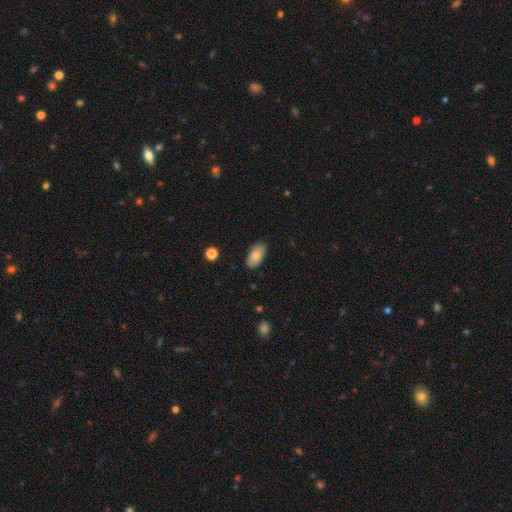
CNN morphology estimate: smooth_or_featured: smooth (p=0.83) [alt: featured or disk p=0.10]
how_rounded: in between (p=0.94) [alt: round p=0.03]
merging: none (p=0.85) [alt: minor disturbance p=0.11]